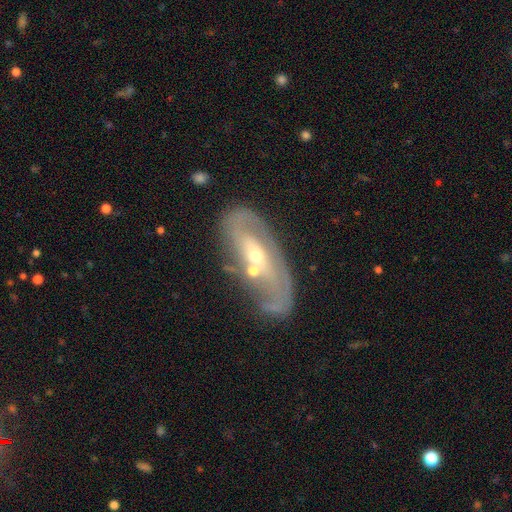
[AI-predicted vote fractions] The model was most divided on "spiral winding": medium: 39%, tight: 37%, loose: 24%. Remaining: edge-on disk — no (89%); spiral arms — yes (82%); smooth or featured — featured or disk (79%); spiral arm count — 2 (60%); merging — none (60%); bulge size — small (56%); bar — no (46%).